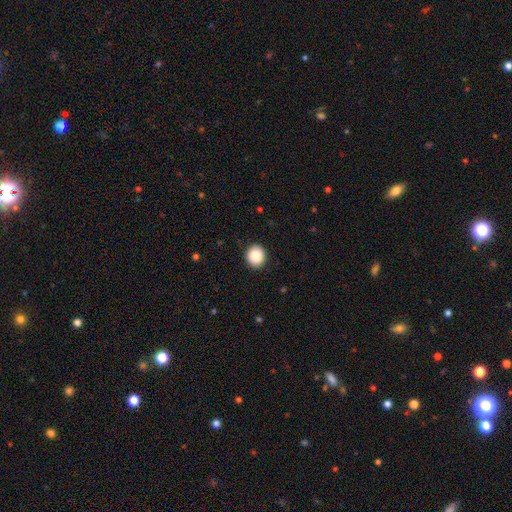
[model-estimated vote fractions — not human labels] smooth_or_featured: smooth (p=0.88) [alt: star or artifact p=0.08]
how_rounded: round (p=0.85) [alt: in between p=0.14]
merging: none (p=0.92) [alt: minor disturbance p=0.06]